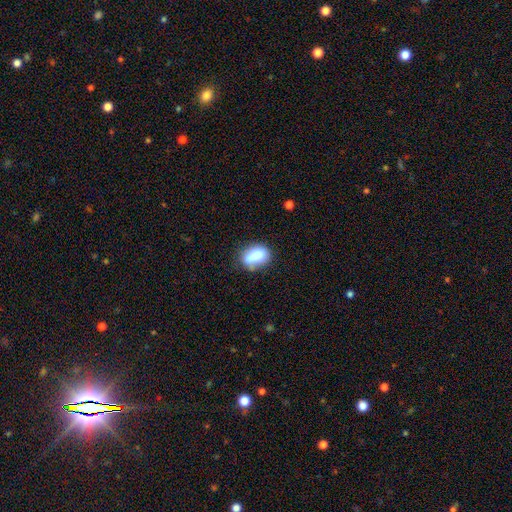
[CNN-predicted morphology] Smooth or featured: smooth — 80% (featured or disk — 11%)
How rounded: in between — 79% (round — 16%)
Merging: none — 58% (minor disturbance — 24%)